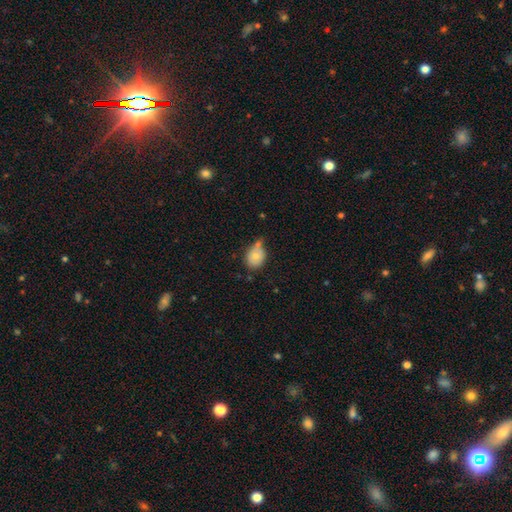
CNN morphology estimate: The model was most divided on "how rounded": in between: 52%, round: 47%, cigar-shaped: 1%. Remaining: smooth or featured — smooth (74%); merging — none (42%).